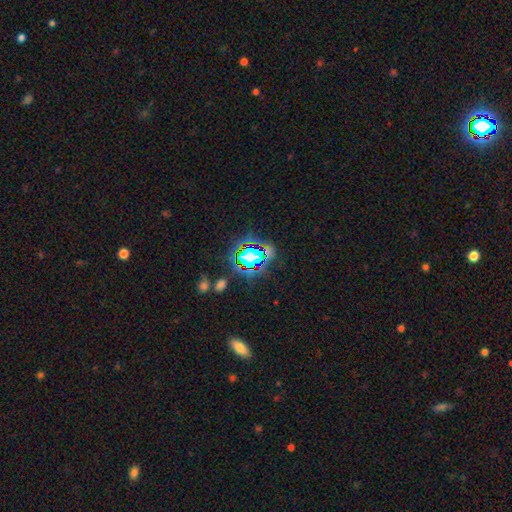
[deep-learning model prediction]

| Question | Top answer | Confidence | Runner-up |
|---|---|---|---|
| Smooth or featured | star or artifact | 61% | smooth (25%) |